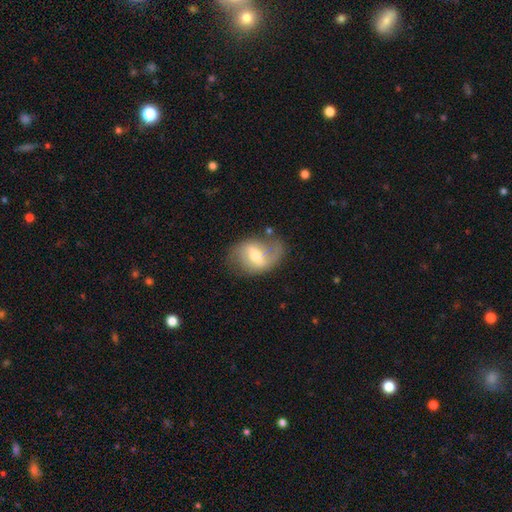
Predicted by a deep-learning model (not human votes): Smooth or featured: featured or disk — 68% (smooth — 25%)
Edge-on disk: no — 96% (yes — 4%)
Bar: weak — 52% (strong — 30%)
Spiral arms: yes — 83% (no — 17%)
Spiral winding: loose — 51% (medium — 37%)
Spiral arm count: 2 — 71% (1 — 17%)
Bulge size: moderate — 62% (small — 24%)
Merging: none — 59% (minor disturbance — 23%)